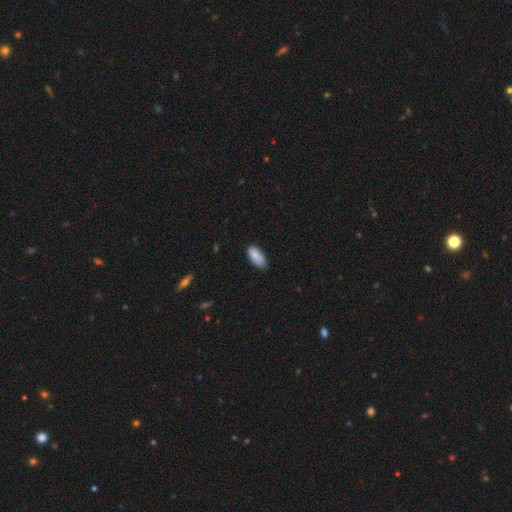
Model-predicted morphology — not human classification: Smooth or featured? smooth (83%)
How rounded? in between (92%)
Merging? none (71%)